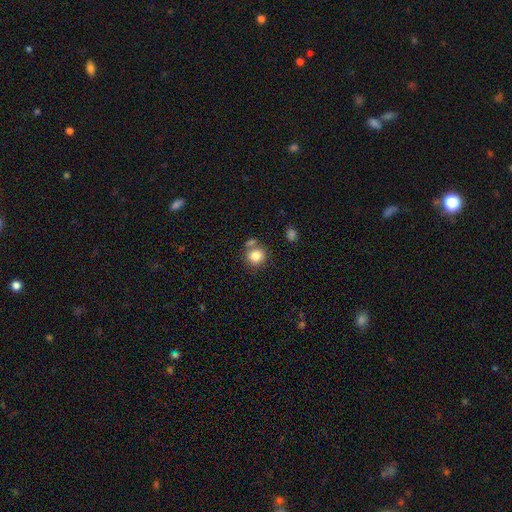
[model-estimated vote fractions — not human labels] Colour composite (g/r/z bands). It shows a smooth galaxy with no disk features (83%) that is round (86%). Merging: none (65%).